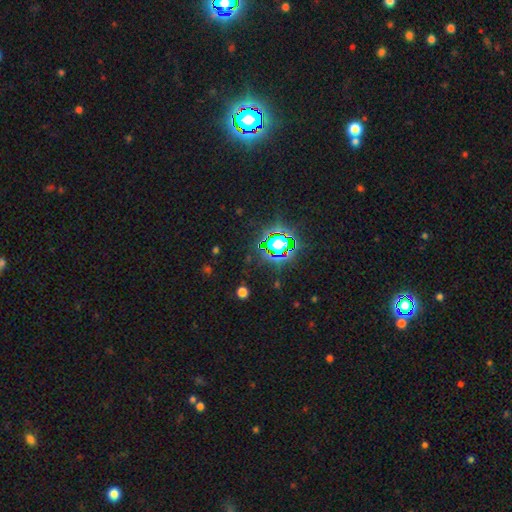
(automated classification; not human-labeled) Smooth or featured? star or artifact (81%)